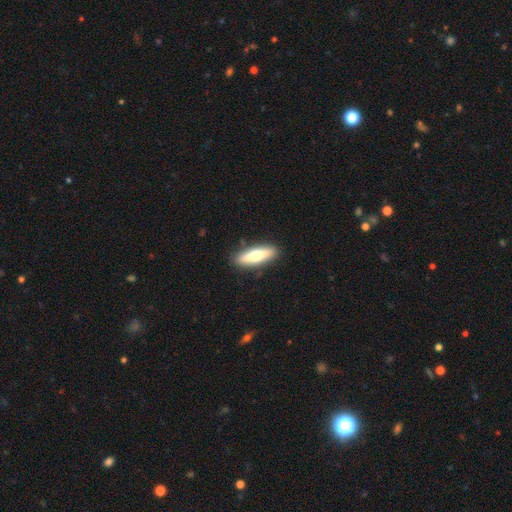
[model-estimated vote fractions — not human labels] A smooth galaxy with no disk features (58%) that is cigar-shaped (56%). Merging: none (88%).